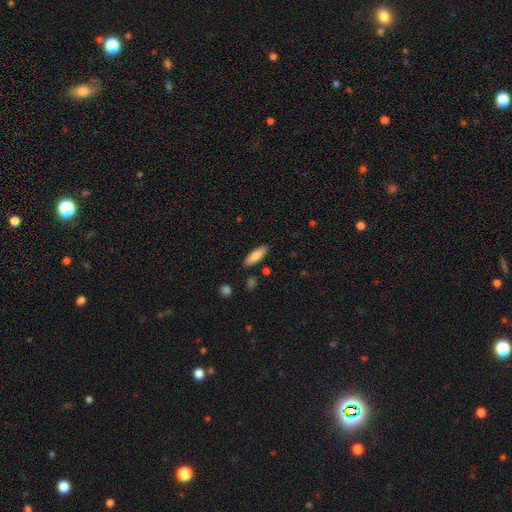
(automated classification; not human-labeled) A smooth galaxy with no disk features (82%) that is in between round and cigar-shaped (55%).

Vote fractions:
- Smooth or featured? smooth: 82% / featured or disk: 12% / star or artifact: 6%
- How rounded? in between: 55% / cigar-shaped: 44% / round: 2%
- Merging? none: 85% / minor disturbance: 10% / merger: 3% / major disturbance: 2%